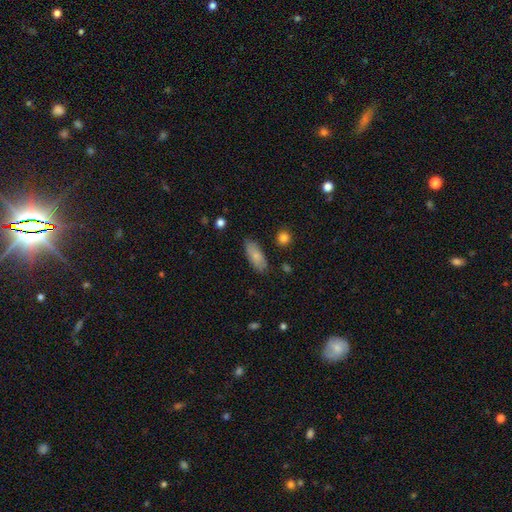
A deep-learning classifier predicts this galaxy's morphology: A smooth galaxy with no disk features (81%) that is in between round and cigar-shaped (79%).

Vote fractions:
- Smooth or featured? smooth: 81% / featured or disk: 13% / star or artifact: 6%
- How rounded? in between: 79% / cigar-shaped: 19% / round: 2%
- Merging? none: 81% / minor disturbance: 14% / major disturbance: 3% / merger: 2%